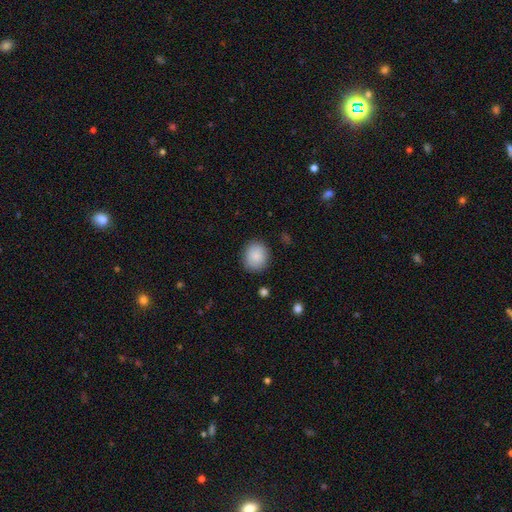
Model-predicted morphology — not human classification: This is clearly a smooth galaxy (89%). How rounded: likely round (75%). Merging: clearly none (87%).